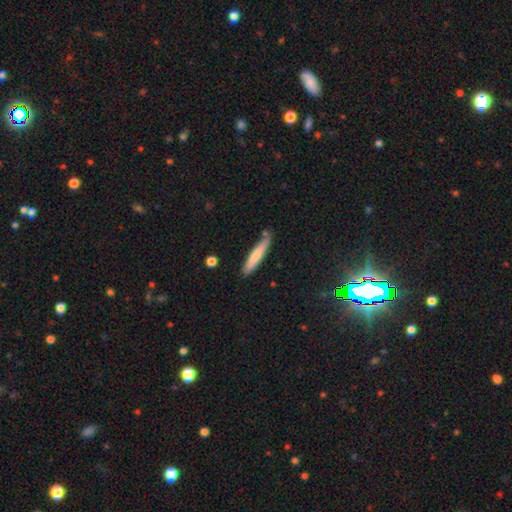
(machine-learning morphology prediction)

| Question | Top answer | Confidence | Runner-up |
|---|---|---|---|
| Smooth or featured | smooth | 74% | featured or disk (21%) |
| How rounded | cigar-shaped | 91% | in between (8%) |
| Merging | none | 77% | minor disturbance (16%) |